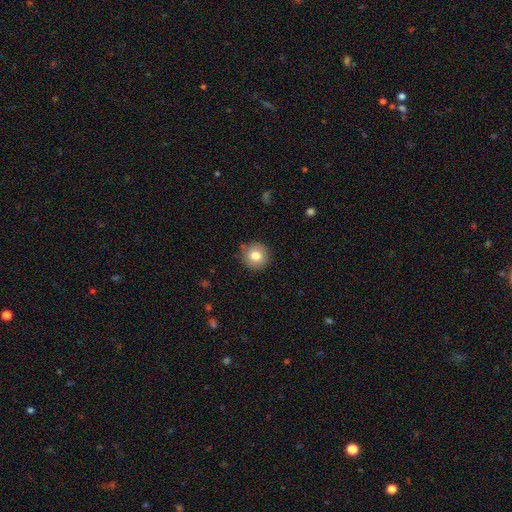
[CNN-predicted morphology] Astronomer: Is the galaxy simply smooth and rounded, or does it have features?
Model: smooth — 81%.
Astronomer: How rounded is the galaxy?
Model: round — 94%.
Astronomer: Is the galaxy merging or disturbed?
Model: none — 88%.